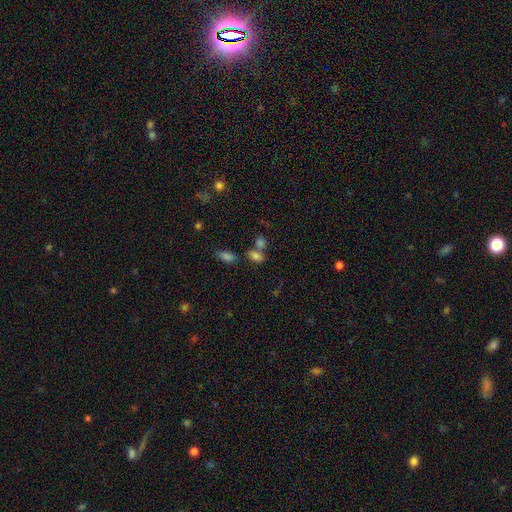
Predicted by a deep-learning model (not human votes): Smooth or featured?
  - smooth: 75% *
  - star or artifact: 15%
  - featured or disk: 10%
How rounded?
  - in between: 76% *
  - round: 20%
  - cigar-shaped: 4%
Merging?
  - none: 45% *
  - merger: 36%
  - minor disturbance: 13%
  - major disturbance: 6%